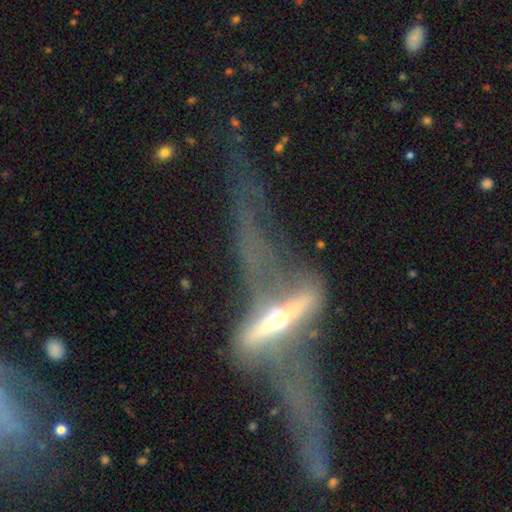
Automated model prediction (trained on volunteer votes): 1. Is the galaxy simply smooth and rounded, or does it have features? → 80% featured or disk, 13% smooth, 7% star or artifact.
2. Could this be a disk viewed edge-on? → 71% yes, 29% no.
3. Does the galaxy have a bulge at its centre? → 89% rounded, 6% boxy, 5% none.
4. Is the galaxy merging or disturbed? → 50% major disturbance, 23% none, 14% minor disturbance, 13% merger.